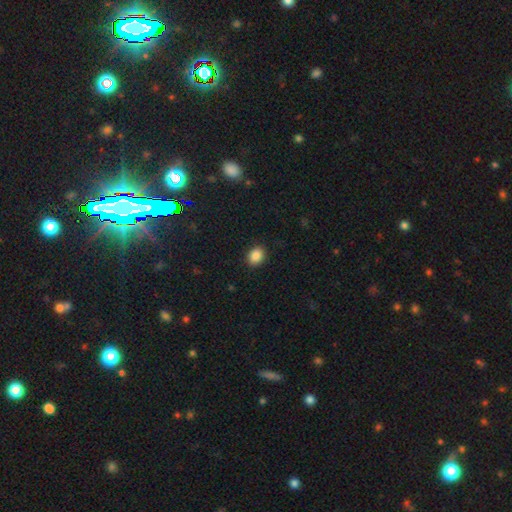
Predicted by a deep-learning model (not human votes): Morphology: type=smooth (87%); roundness=in between (56%); merging=none (90%).